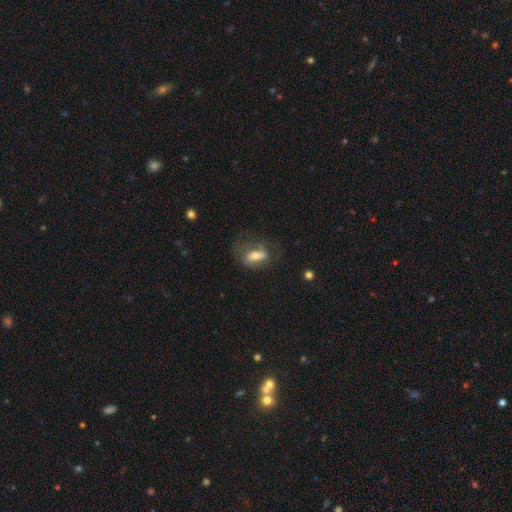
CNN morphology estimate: This appears to be a smooth galaxy with no disk features (53%) that is in between round and cigar-shaped (76%). Merging: none (44%).